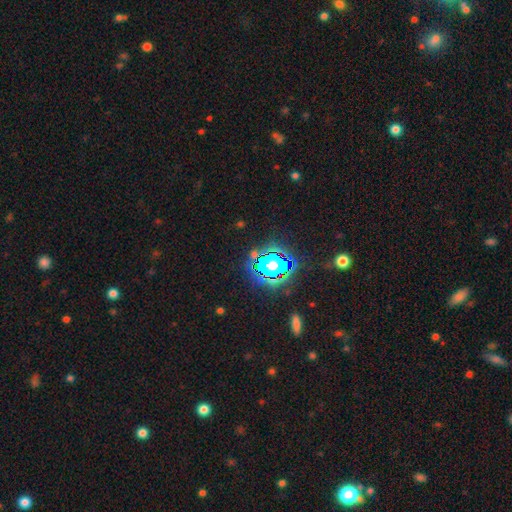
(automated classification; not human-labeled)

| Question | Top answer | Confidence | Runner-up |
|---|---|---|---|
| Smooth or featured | star or artifact | 73% | smooth (17%) |